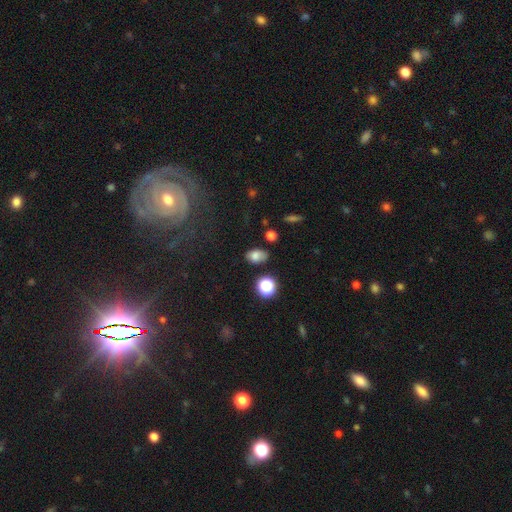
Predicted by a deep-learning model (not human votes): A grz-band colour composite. It shows a smooth galaxy with no disk features (74%) that is in between round and cigar-shaped (81%). Merging: none (66%).